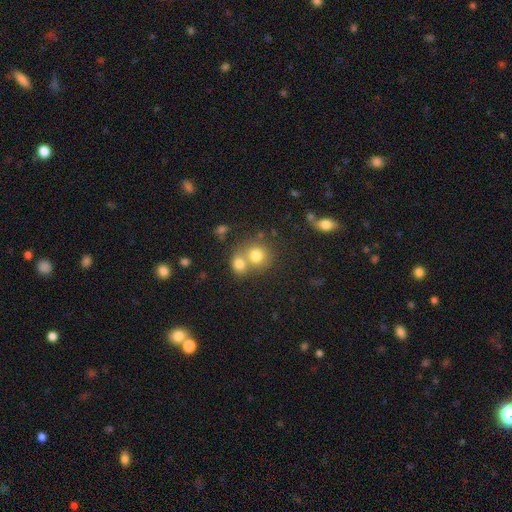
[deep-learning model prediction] Overall: smooth (76%). How rounded: round (80%). Merging: merger (51%; none 39%).